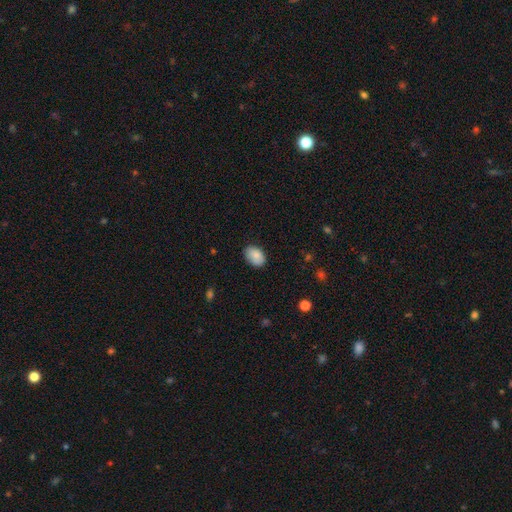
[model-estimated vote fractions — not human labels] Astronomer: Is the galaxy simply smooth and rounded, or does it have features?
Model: smooth — 85%.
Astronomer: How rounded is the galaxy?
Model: in between — 86%.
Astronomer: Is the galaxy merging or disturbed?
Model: none — 80%.